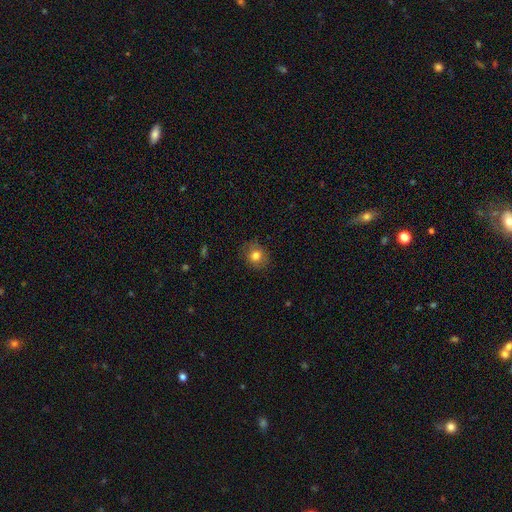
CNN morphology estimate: smooth-or-featured: smooth: 79% | star or artifact: 11% | featured or disk: 10%
  how-rounded: round: 68% | in between: 31% | cigar-shaped: 1%
  merging: none: 83% | minor disturbance: 13% | major disturbance: 3% | merger: 1%